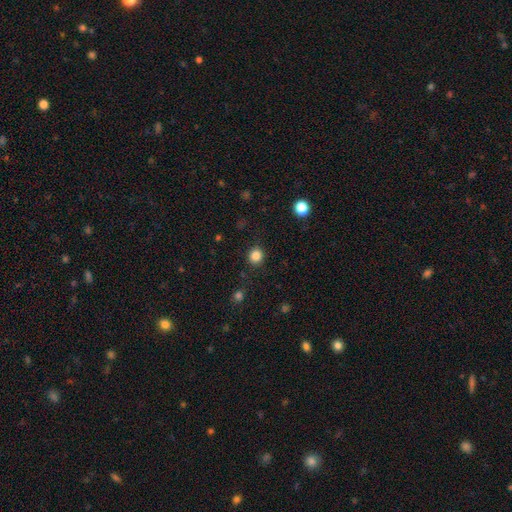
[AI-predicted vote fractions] smooth_or_featured: smooth (p=0.84) [alt: star or artifact p=0.12]
how_rounded: round (p=0.90) [alt: in between p=0.10]
merging: none (p=0.89) [alt: minor disturbance p=0.07]